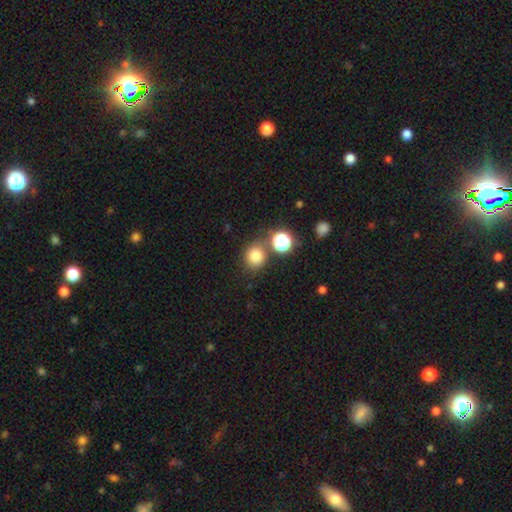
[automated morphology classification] Smooth or featured: smooth — 79% (star or artifact — 15%)
How rounded: round — 85% (in between — 14%)
Merging: none — 70% (merger — 14%)